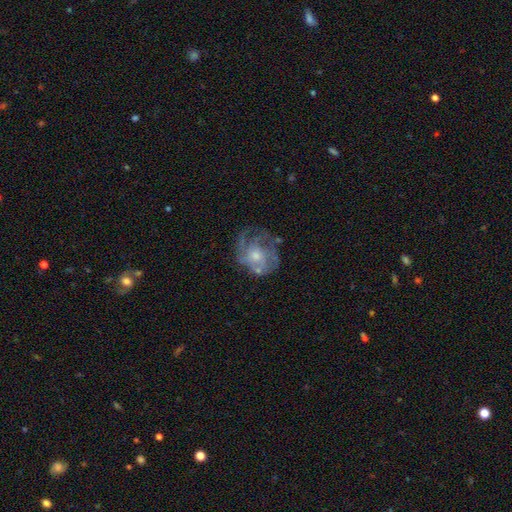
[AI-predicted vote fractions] A featured or disk galaxy (71%) with no bar (81%), spiral arms (72%) and a moderate central bulge (52%).

Vote fractions:
- Smooth or featured? featured or disk: 71% / smooth: 20% / star or artifact: 9%
- Edge-on disk? no: 97% / yes: 3%
- Bar? no: 81% / weak: 17% / strong: 3%
- Spiral arms? yes: 72% / no: 28%
- Bulge size? moderate: 52% / small: 40% / large: 4% / none: 3% / dominant: 1%
- Merging? none: 57% / minor disturbance: 22% / major disturbance: 18% / merger: 4%